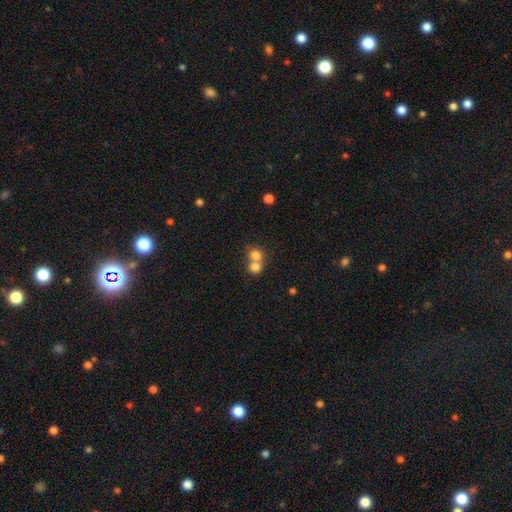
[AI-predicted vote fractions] This appears to be a smooth galaxy with no disk features (77%) that is round (78%). Merging: merger (61%).